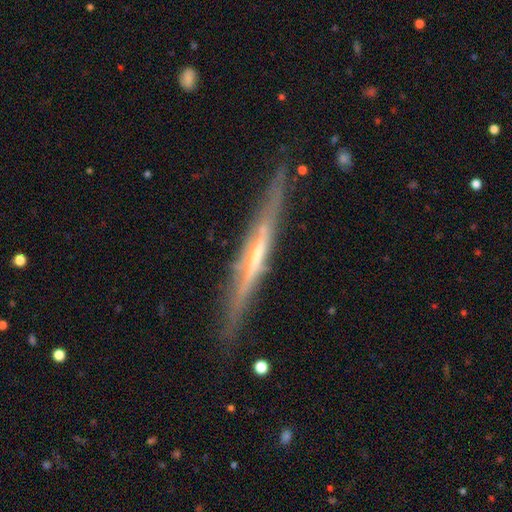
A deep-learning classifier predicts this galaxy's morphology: Smooth or featured: featured or disk — 78% (smooth — 16%)
Edge-on disk: yes — 96% (no — 4%)
Edge-on bulge: none — 46% (rounded — 40%)
Merging: none — 81% (minor disturbance — 14%)